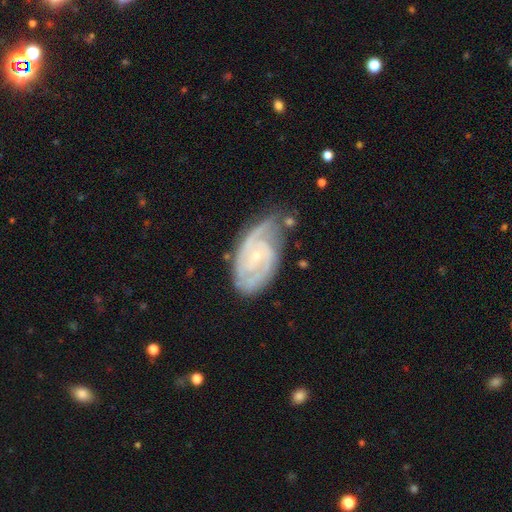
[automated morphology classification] This is clearly a featured or disk galaxy (87%). It is clearly not viewed edge-on (96%). Bar: possibly no (58%). Spiral arm pattern: clearly yes (97%). Spiral arm count: possibly 2 (46%). Spiral winding: likely tight (61%). Central bulge: likely small (80%). Merging: likely none (60%).